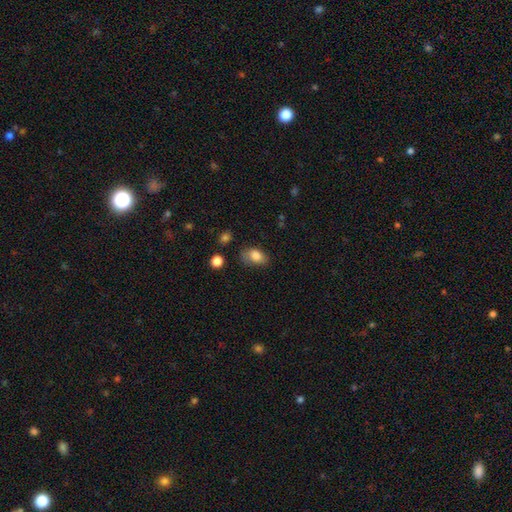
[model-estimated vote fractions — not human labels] A smooth galaxy with no disk features (83%) that is in between round and cigar-shaped (85%).

Vote fractions:
- Smooth or featured? smooth: 83% / featured or disk: 9% / star or artifact: 8%
- How rounded? in between: 85% / round: 14% / cigar-shaped: 1%
- Merging? none: 61% / minor disturbance: 28% / major disturbance: 9% / merger: 3%